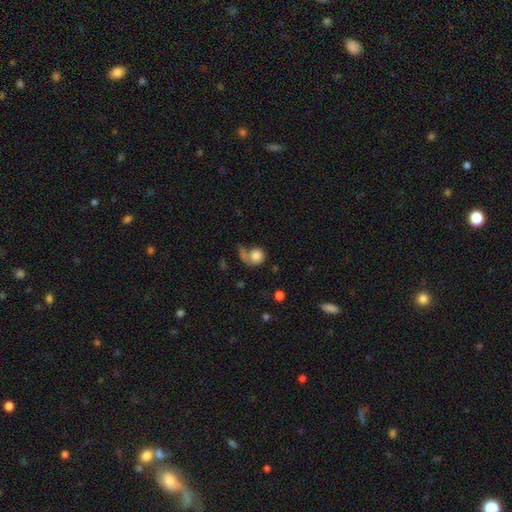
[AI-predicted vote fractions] A smooth galaxy with no disk features (79%) that is round (82%). Merging: none (36%).